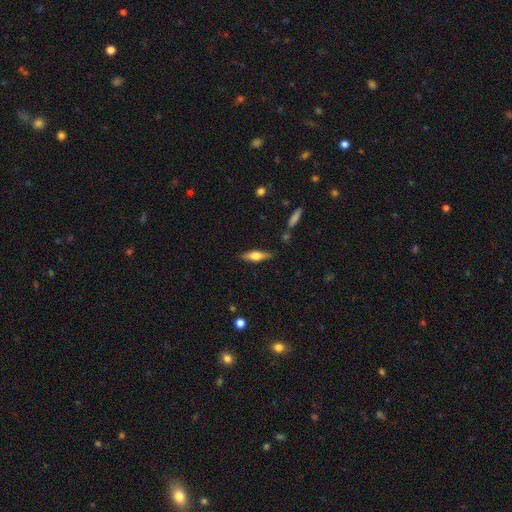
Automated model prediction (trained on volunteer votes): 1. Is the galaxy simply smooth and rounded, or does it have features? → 50% smooth, 44% featured or disk, 6% star or artifact.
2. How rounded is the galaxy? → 60% cigar-shaped, 38% in between, 2% round.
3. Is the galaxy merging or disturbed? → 83% none, 12% minor disturbance, 3% major disturbance, 2% merger.